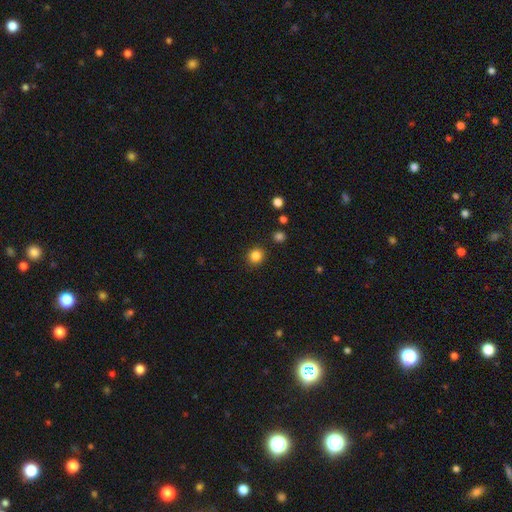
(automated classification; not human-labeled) Morphology: type=smooth (84%); roundness=round (87%); merging=none (89%).